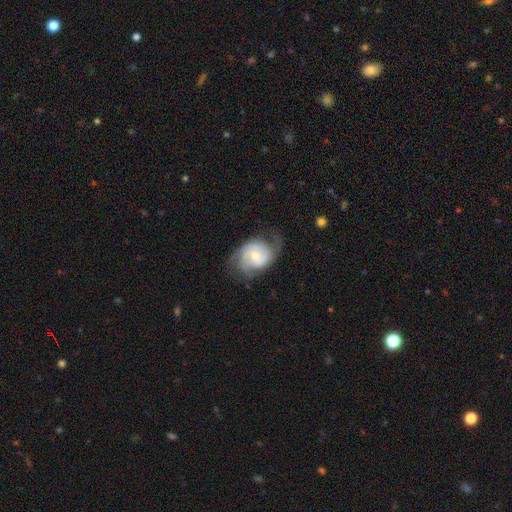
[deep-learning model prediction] Q: Smooth or featured?
A: featured or disk (69%); runner-up: smooth (24%)
Q: Edge-on disk?
A: no (97%); runner-up: yes (3%)
Q: Bar?
A: no (65%); runner-up: weak (29%)
Q: Spiral arms?
A: yes (90%); runner-up: no (10%)
Q: Spiral winding?
A: medium (44%); runner-up: tight (29%)
Q: Spiral arm count?
A: 2 (67%); runner-up: can't tell (15%)
Q: Bulge size?
A: small (49%); runner-up: moderate (44%)
Q: Merging?
A: none (57%); runner-up: minor disturbance (24%)